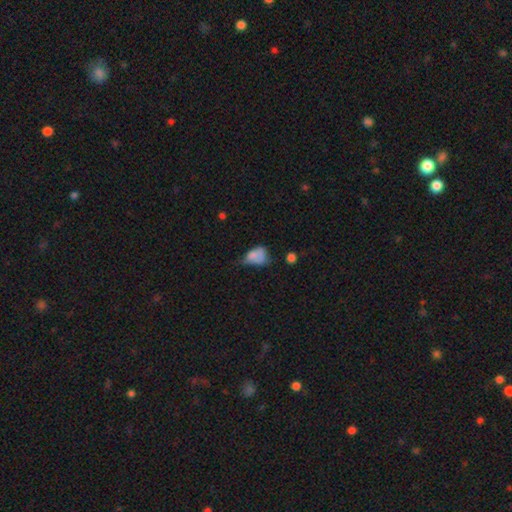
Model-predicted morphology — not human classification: Smooth or featured: smooth — 68% (featured or disk — 20%)
How rounded: in between — 81% (round — 16%)
Merging: minor disturbance — 33% (major disturbance — 32%)